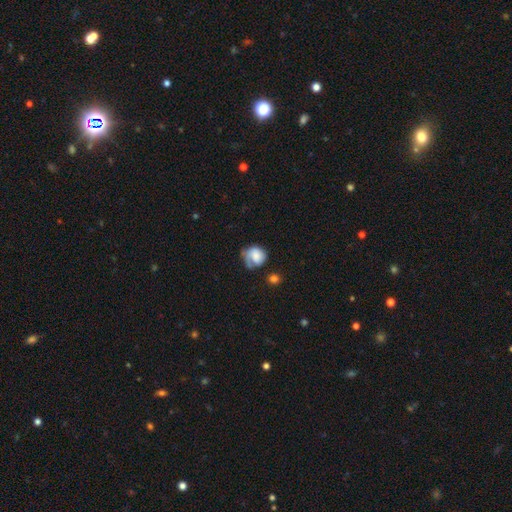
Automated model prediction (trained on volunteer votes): Smooth or featured?
  - smooth: 62% *
  - featured or disk: 29%
  - star or artifact: 8%
How rounded?
  - round: 67% *
  - in between: 32%
  - cigar-shaped: 1%
Merging?
  - none: 36% *
  - minor disturbance: 29%
  - major disturbance: 27%
  - merger: 8%